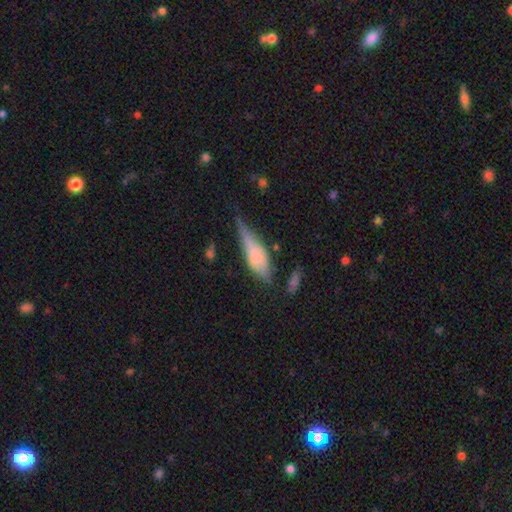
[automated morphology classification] smooth-or-featured: smooth: 51% | featured or disk: 40% | star or artifact: 9%
  how-rounded: cigar-shaped: 54% | in between: 43% | round: 3%
  merging: none: 45% | minor disturbance: 32% | major disturbance: 15% | merger: 8%